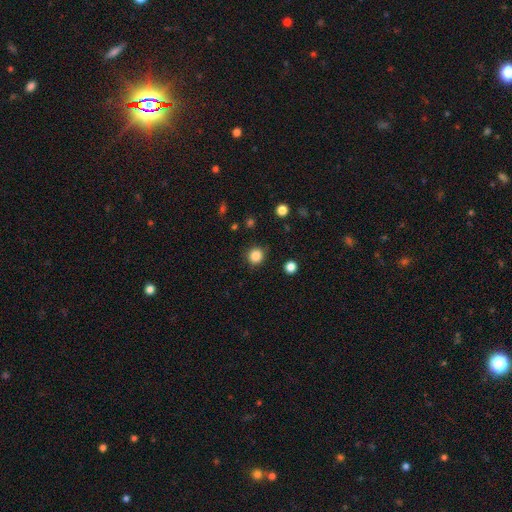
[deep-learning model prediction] Q: Smooth or featured?
A: smooth (85%); runner-up: star or artifact (12%)
Q: How rounded?
A: round (93%); runner-up: in between (6%)
Q: Merging?
A: none (89%); runner-up: minor disturbance (7%)